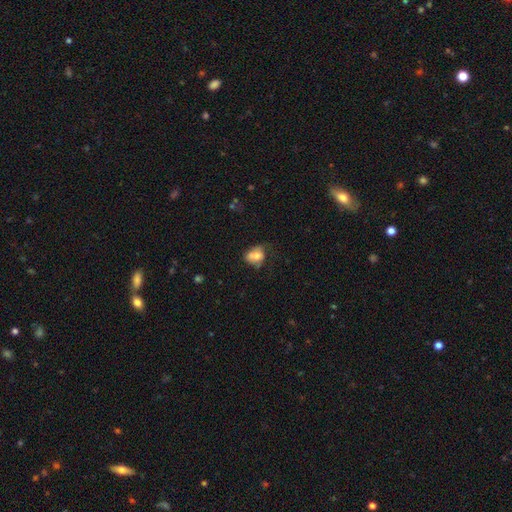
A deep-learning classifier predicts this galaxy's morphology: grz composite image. It shows a smooth galaxy with no disk features (67%) that is in between round and cigar-shaped (59%). Merging: none (34%).